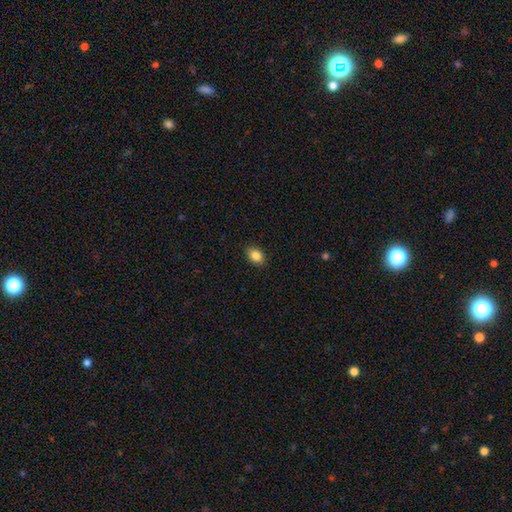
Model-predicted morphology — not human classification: Smooth or featured? Predicted: smooth (p=0.85). How rounded? Predicted: in between (p=0.80). Merging? Predicted: none (p=0.88).